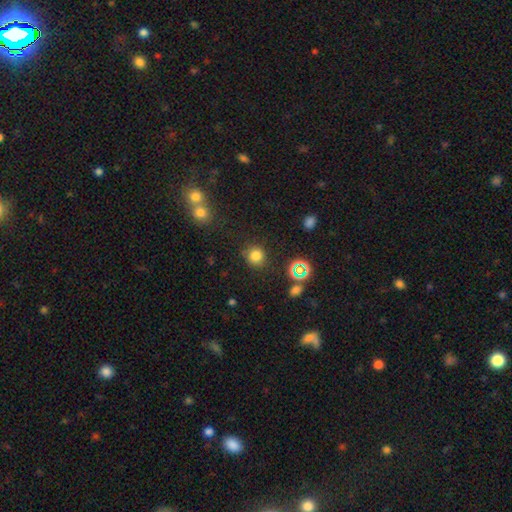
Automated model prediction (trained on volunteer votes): This is likely a smooth galaxy (77%). How rounded: clearly round (88%). Merging: clearly none (82%).